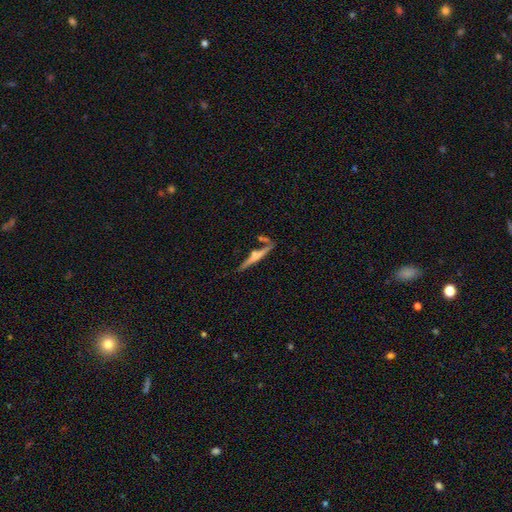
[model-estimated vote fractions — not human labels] Smooth or featured? Predicted: featured or disk (p=0.59). Edge-on disk? Predicted: yes (p=0.96). Edge-on bulge? Predicted: rounded (p=0.64). Merging? Predicted: none (p=0.67).